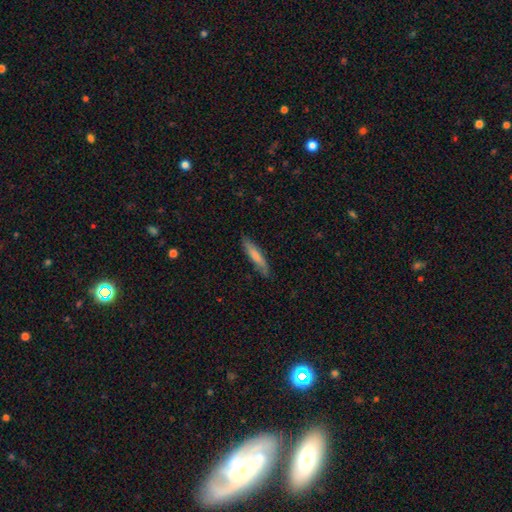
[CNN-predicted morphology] smooth 73%, featured or disk 22%, star or artifact 6%. Down the decision tree: how rounded — cigar-shaped (88%); merging — none (81%).